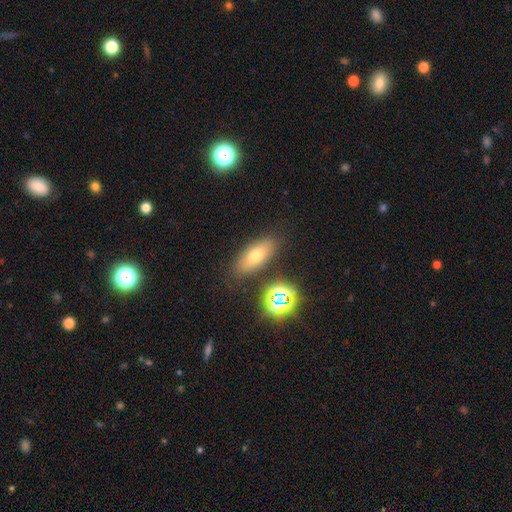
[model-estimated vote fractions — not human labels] Morphology: type=smooth (65%); roundness=in between (78%); merging=none (82%).